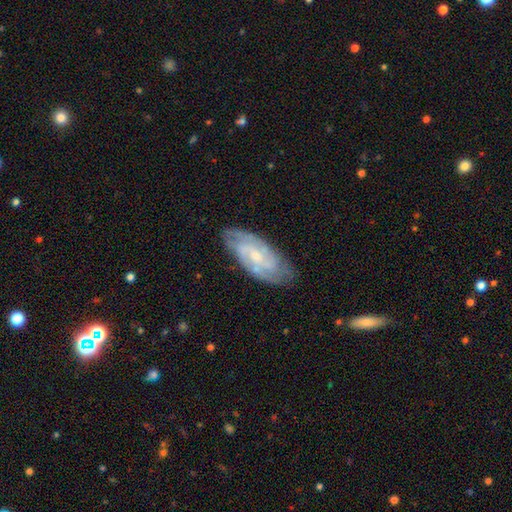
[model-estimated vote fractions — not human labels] Morphology: type=featured or disk (81%); edge-on=no (93%); bar=no (48%); spiral arms=yes (96%); winding=tight (56%); arm count=2 (30%); bulge=small (62%); merging=none (78%).